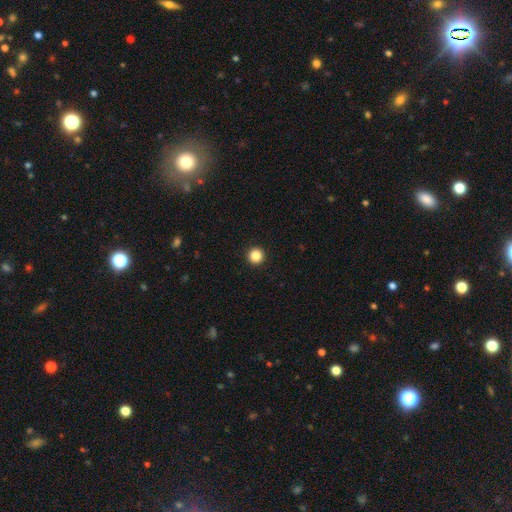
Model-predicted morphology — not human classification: This is clearly a smooth galaxy (86%). How rounded: clearly round (96%). Merging: clearly none (94%).